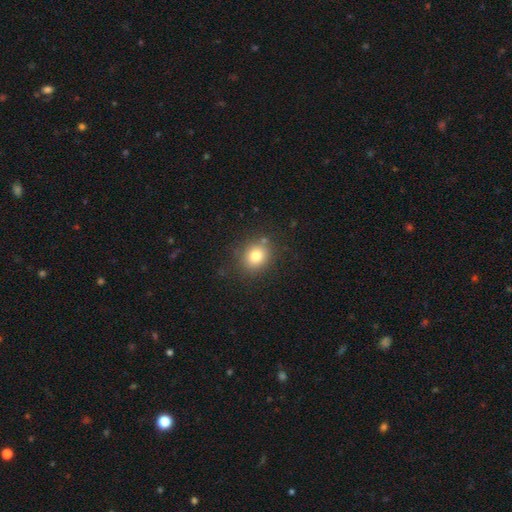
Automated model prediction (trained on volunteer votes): Smooth or featured? smooth (78%)
How rounded? round (75%)
Merging? none (84%)